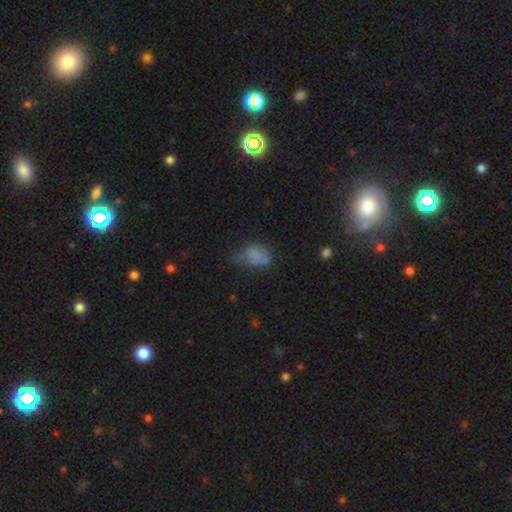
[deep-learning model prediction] Overall: smooth (73%). How rounded: in between (80%). Merging: minor disturbance (37%; none 36%).